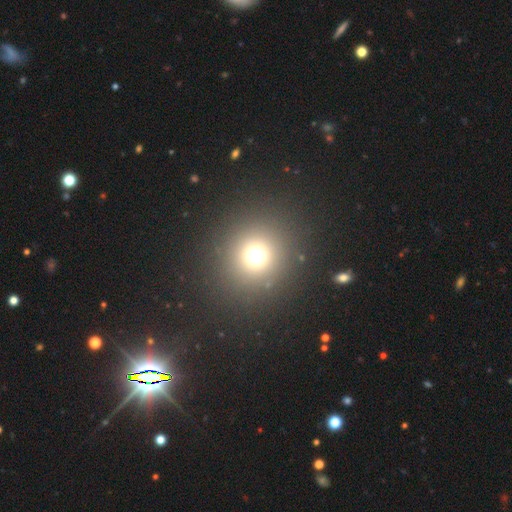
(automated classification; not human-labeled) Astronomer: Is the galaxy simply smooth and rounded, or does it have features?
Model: smooth — 68%.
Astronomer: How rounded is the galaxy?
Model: round — 93%.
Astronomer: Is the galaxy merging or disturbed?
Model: none — 87%.